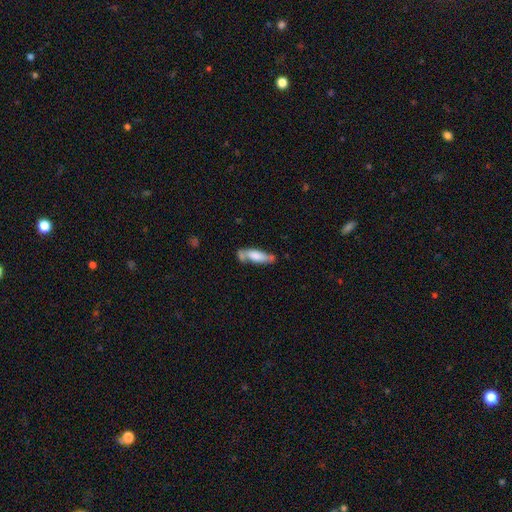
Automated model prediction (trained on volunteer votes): This appears to be a smooth galaxy with no disk features (65%) that is cigar-shaped (52%). Merging: none (53%).